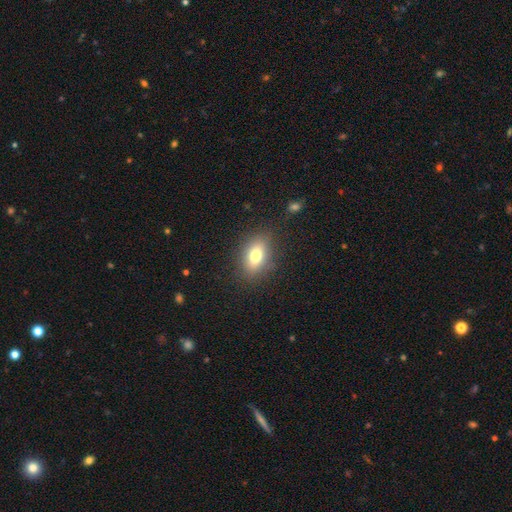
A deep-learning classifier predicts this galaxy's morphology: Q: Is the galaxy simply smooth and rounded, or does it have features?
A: smooth — 76%.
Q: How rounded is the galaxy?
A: in between — 81%.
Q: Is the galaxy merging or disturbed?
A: none — 84%.